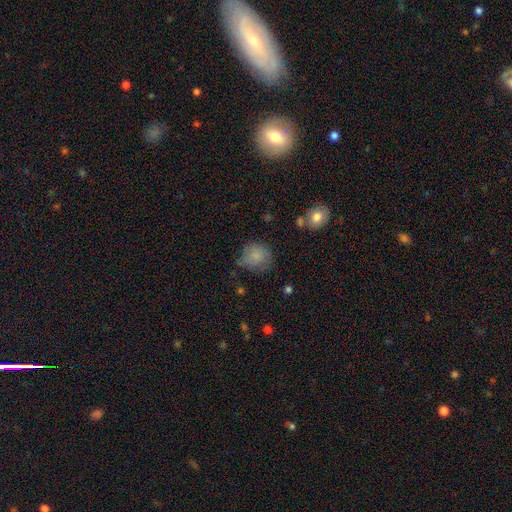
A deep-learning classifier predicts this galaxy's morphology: type=smooth (78%); roundness=round (83%); merging=none (57%).